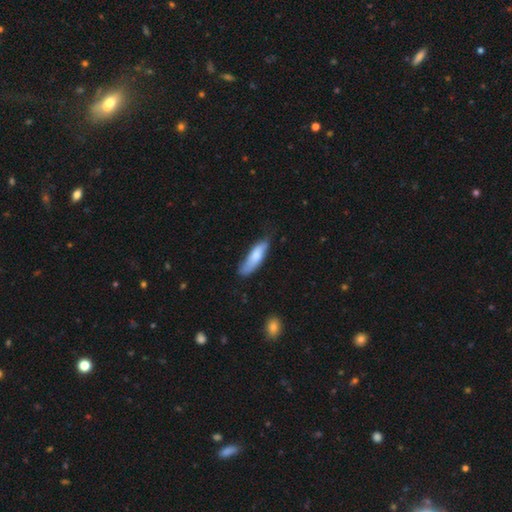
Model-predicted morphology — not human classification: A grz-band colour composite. It shows a smooth galaxy with no disk features (76%) that is cigar-shaped (52%). Merging: none (63%).